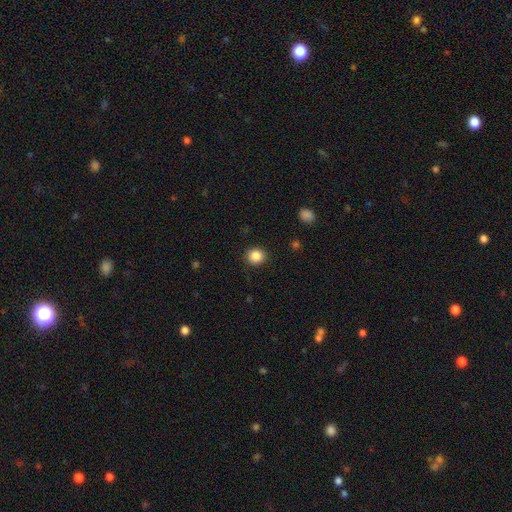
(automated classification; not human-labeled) Q: Smooth or featured?
A: smooth (86%); runner-up: star or artifact (10%)
Q: How rounded?
A: round (85%); runner-up: in between (15%)
Q: Merging?
A: none (90%); runner-up: minor disturbance (7%)